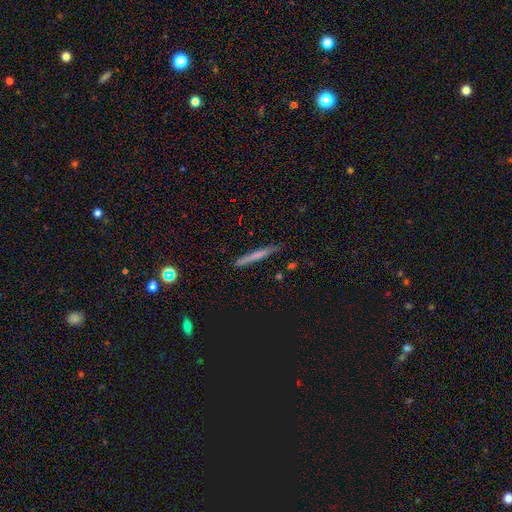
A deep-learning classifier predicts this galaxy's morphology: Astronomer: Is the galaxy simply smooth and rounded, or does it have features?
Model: smooth — 53% (runner-up: featured or disk, 38%).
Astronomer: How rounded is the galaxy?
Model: cigar-shaped — 95%.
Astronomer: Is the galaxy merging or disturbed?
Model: none — 87%.